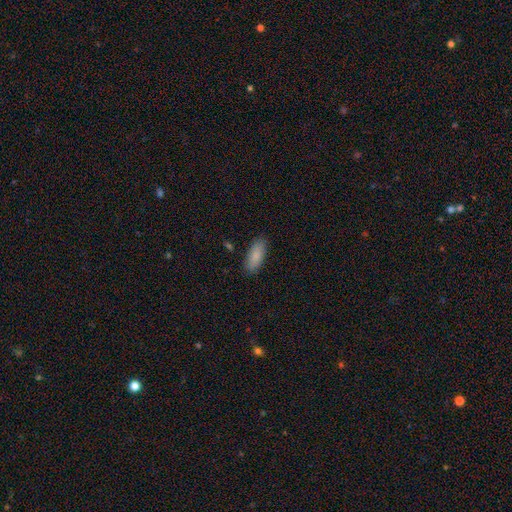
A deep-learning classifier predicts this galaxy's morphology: type=smooth (86%); roundness=in between (80%); merging=none (86%).